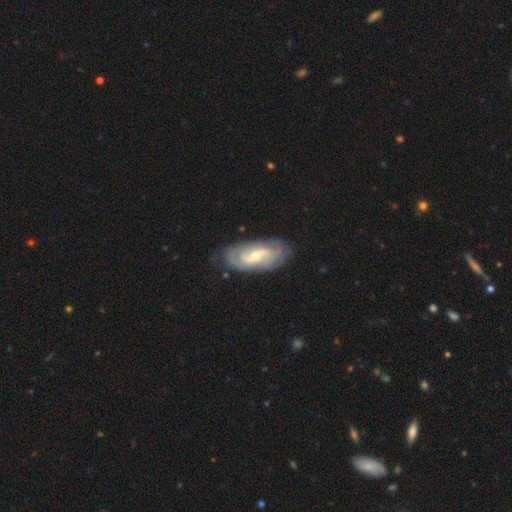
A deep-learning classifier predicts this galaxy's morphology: Q: Smooth or featured?
A: featured or disk (79%); runner-up: smooth (15%)
Q: Edge-on disk?
A: no (93%); runner-up: yes (7%)
Q: Bar?
A: weak (51%); runner-up: no (26%)
Q: Spiral arms?
A: yes (91%); runner-up: no (9%)
Q: Spiral winding?
A: tight (49%); runner-up: medium (36%)
Q: Spiral arm count?
A: 2 (51%); runner-up: can't tell (29%)
Q: Bulge size?
A: small (49%); runner-up: moderate (47%)
Q: Merging?
A: none (77%); runner-up: minor disturbance (17%)